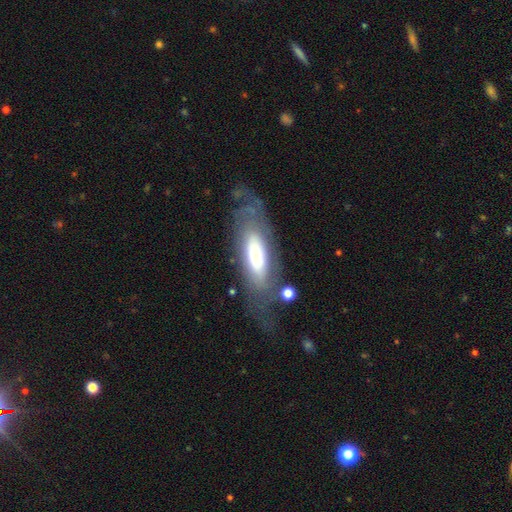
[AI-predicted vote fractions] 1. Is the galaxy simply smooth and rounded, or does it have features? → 55% featured or disk, 38% smooth, 7% star or artifact.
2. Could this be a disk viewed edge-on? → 78% no, 22% yes.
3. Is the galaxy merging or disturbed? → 59% none, 19% minor disturbance, 18% major disturbance, 4% merger.